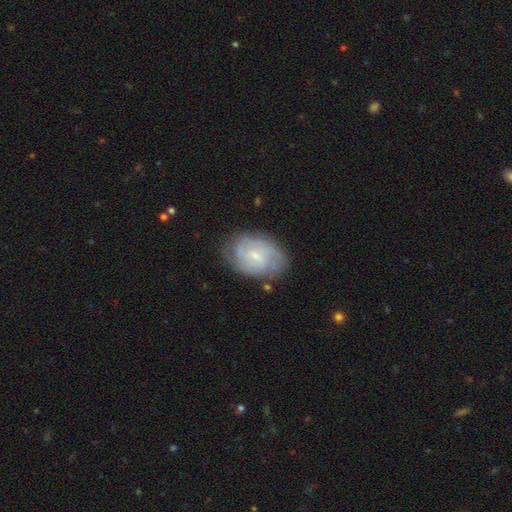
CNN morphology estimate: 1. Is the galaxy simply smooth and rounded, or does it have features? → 63% featured or disk, 30% smooth, 7% star or artifact.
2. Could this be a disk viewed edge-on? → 97% no, 3% yes.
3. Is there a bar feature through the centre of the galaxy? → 48% weak, 45% no, 7% strong.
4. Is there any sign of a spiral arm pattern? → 83% yes, 17% no.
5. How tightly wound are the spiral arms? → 52% tight, 35% medium, 13% loose.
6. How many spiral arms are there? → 46% can't tell, 27% 2, 13% 3, 7% 4, 4% 1, 4% more than 4.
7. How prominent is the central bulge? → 72% small, 22% moderate, 4% none, 1% large, 1% dominant.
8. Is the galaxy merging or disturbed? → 72% none, 20% minor disturbance, 6% major disturbance, 2% merger.